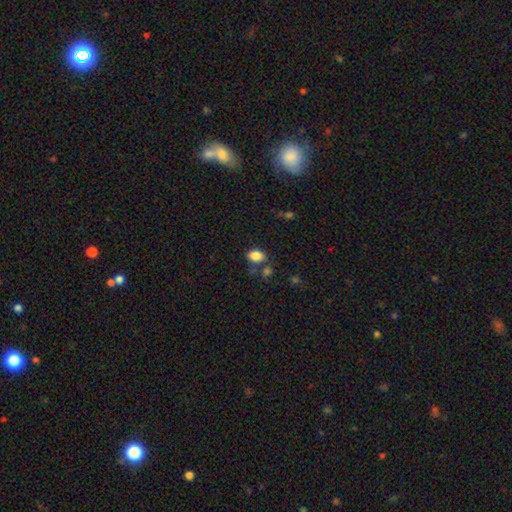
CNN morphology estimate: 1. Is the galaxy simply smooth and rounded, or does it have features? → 84% smooth, 10% star or artifact, 6% featured or disk.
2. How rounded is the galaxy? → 83% in between, 15% round, 1% cigar-shaped.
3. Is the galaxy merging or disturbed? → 68% none, 16% minor disturbance, 12% merger, 5% major disturbance.